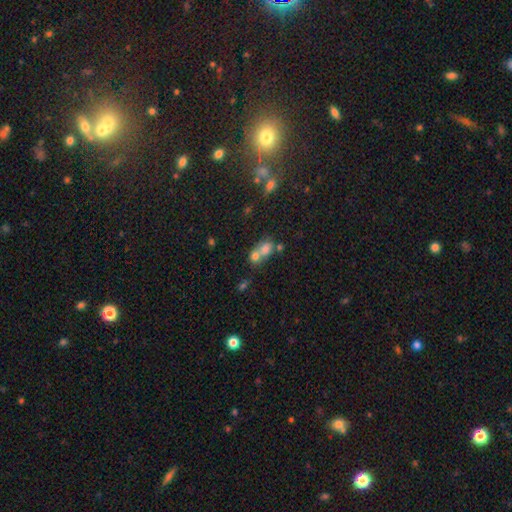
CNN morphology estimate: This appears to be a smooth galaxy with no disk features (70%) that is round (54%). Merging: merger (69%).